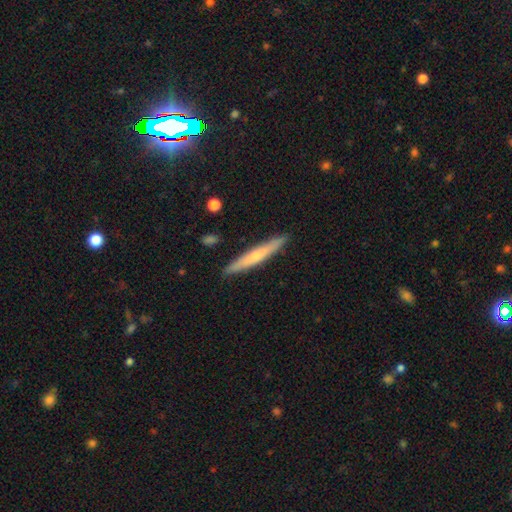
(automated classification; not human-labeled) Smooth or featured? smooth (53%)
How rounded? cigar-shaped (95%)
Merging? none (90%)